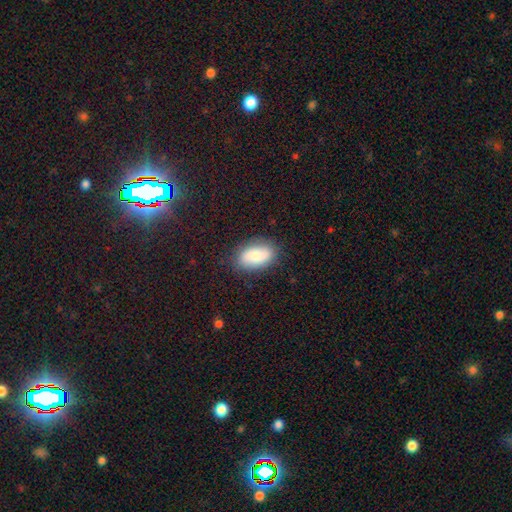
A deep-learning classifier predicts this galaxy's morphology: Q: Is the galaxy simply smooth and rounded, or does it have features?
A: smooth — 72%.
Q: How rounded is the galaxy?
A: in between — 91%.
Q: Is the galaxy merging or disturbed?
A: none — 81%.